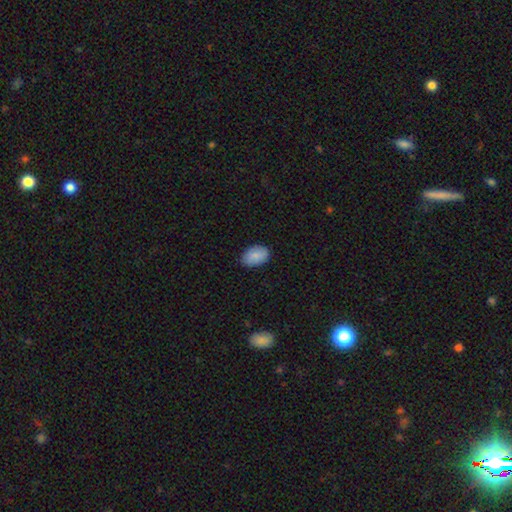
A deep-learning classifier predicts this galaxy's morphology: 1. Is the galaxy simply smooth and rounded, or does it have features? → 87% smooth, 7% star or artifact, 6% featured or disk.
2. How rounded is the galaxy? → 90% in between, 9% round, 1% cigar-shaped.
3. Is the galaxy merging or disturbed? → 85% none, 12% minor disturbance, 2% major disturbance, 1% merger.